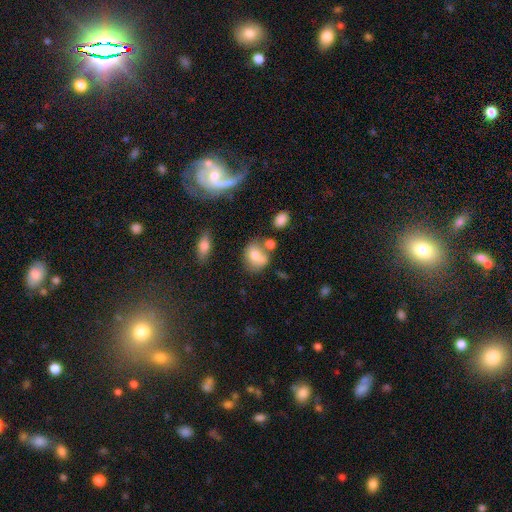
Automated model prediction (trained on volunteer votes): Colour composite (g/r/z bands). It shows a smooth galaxy with no disk features (70%) that is round (50%). Merging: none (44%).